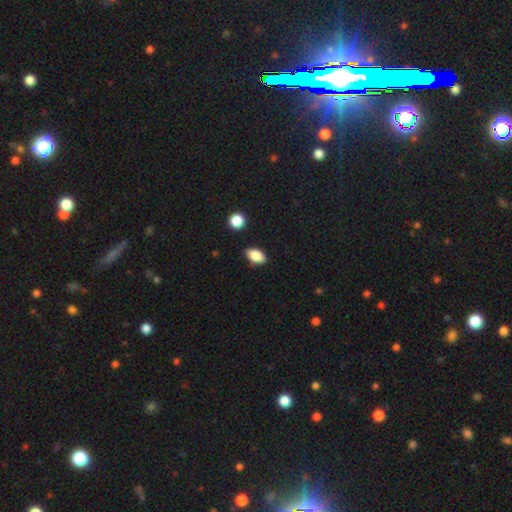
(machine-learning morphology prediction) A smooth galaxy with no disk features (87%) that is in between round and cigar-shaped (90%).

Vote fractions:
- Smooth or featured? smooth: 87% / star or artifact: 8% / featured or disk: 5%
- How rounded? in between: 90% / round: 7% / cigar-shaped: 3%
- Merging? none: 85% / minor disturbance: 11% / merger: 2% / major disturbance: 2%